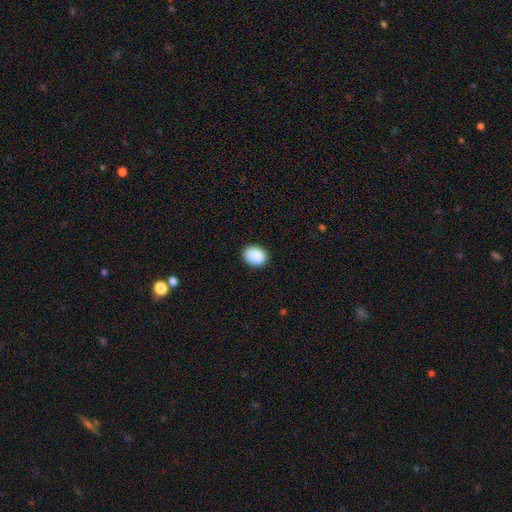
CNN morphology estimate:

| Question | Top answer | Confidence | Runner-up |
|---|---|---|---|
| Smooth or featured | smooth | 89% | star or artifact (8%) |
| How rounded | in between | 57% | round (42%) |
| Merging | none | 87% | minor disturbance (10%) |